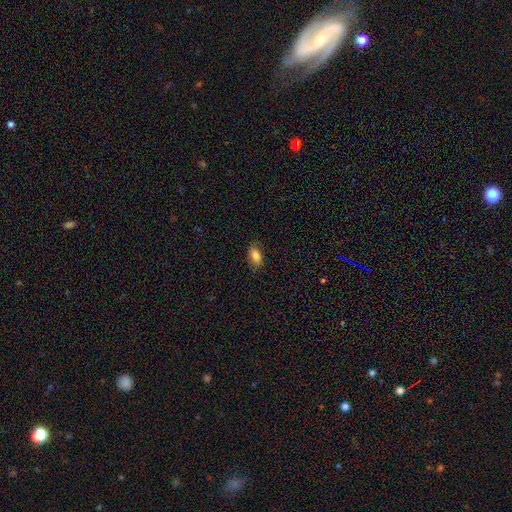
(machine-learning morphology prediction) Smooth or featured? smooth (80%)
How rounded? in between (89%)
Merging? none (82%)